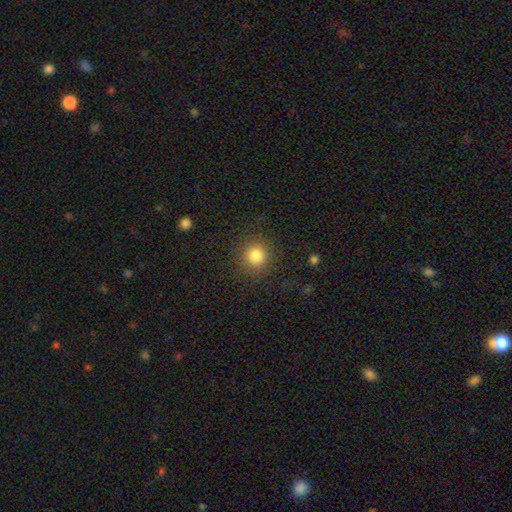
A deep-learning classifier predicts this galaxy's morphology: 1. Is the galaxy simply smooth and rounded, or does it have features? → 83% smooth, 12% star or artifact, 5% featured or disk.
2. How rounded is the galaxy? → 92% round, 7% in between, 1% cigar-shaped.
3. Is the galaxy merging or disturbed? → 88% none, 7% minor disturbance, 4% major disturbance, 1% merger.